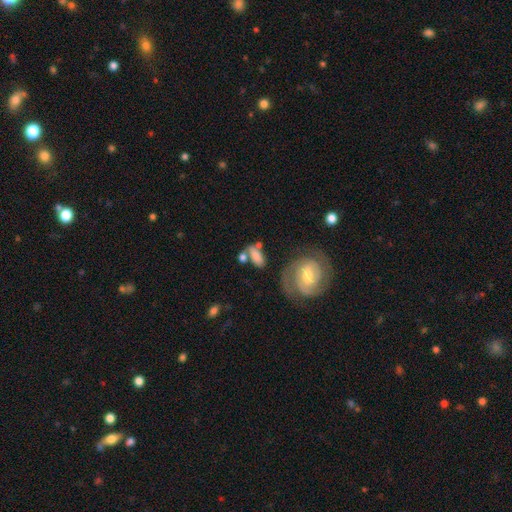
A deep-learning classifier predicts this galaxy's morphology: type=smooth (70%); roundness=in between (81%); merging=none (52%).